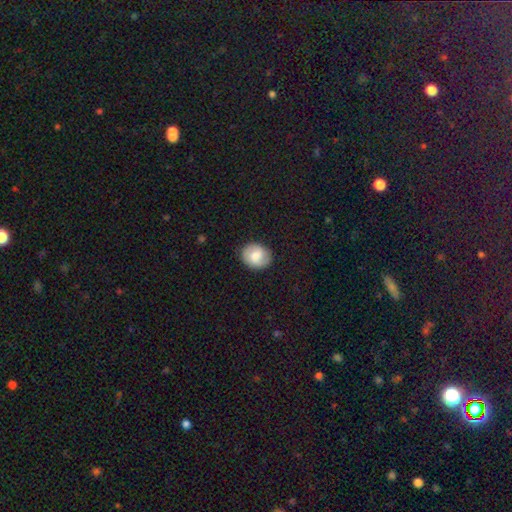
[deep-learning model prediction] This appears to be a smooth galaxy with no disk features (68%) that is round (61%). Merging: none (86%).